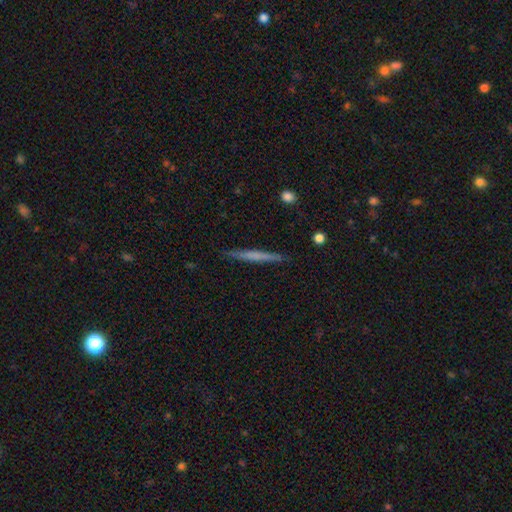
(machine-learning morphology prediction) Smooth or featured? Predicted: smooth (p=0.53). How rounded? Predicted: cigar-shaped (p=0.96). Merging? Predicted: none (p=0.89).